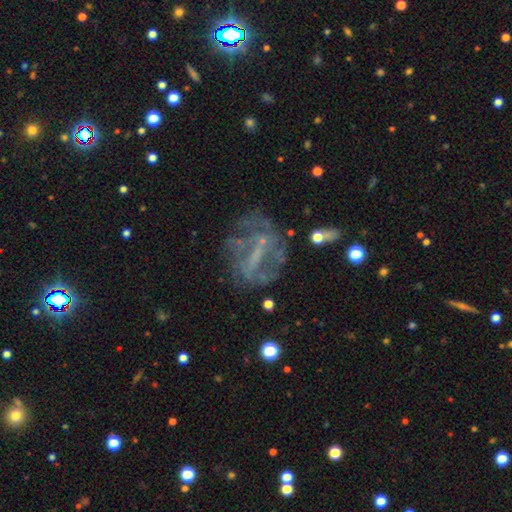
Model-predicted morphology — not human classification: Smooth or featured?
  - featured or disk: 68% *
  - star or artifact: 17%
  - smooth: 16%
Edge-on disk?
  - no: 94% *
  - yes: 6%
Bar?
  - strong: 37% *
  - weak: 35%
  - no: 28%
Spiral arms?
  - yes: 54% *
  - no: 46%
Bulge size?
  - none: 58% *
  - small: 27%
  - moderate: 12%
  - large: 2%
  - dominant: 1%
Merging?
  - none: 55% *
  - major disturbance: 23%
  - minor disturbance: 18%
  - merger: 4%